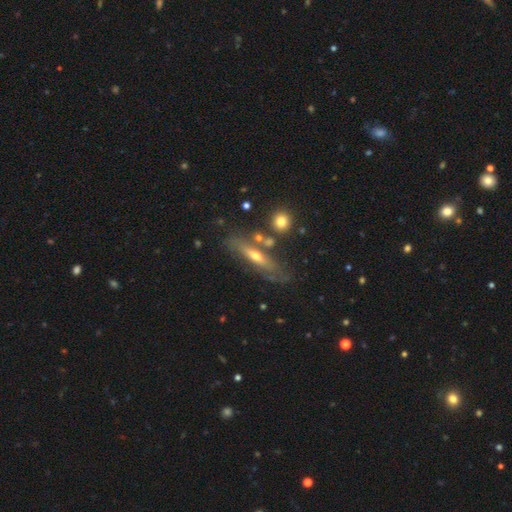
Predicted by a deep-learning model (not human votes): The model was most divided on "edge-on disk": yes: 68%, no: 32%. More confident: merging — none (67%); smooth or featured — featured or disk (64%).